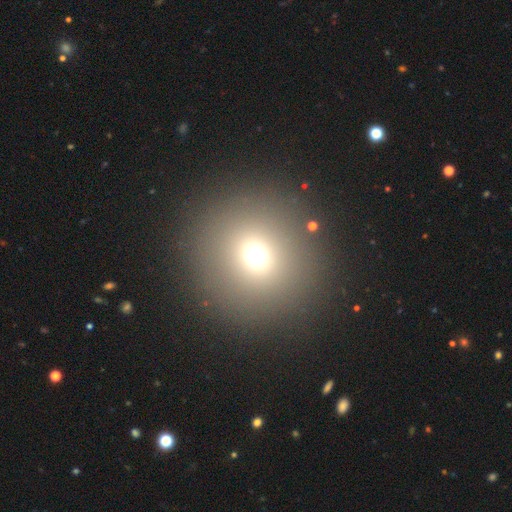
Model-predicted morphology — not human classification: Smooth or featured? Predicted: smooth (p=0.67). How rounded? Predicted: round (p=0.93). Merging? Predicted: none (p=0.88).